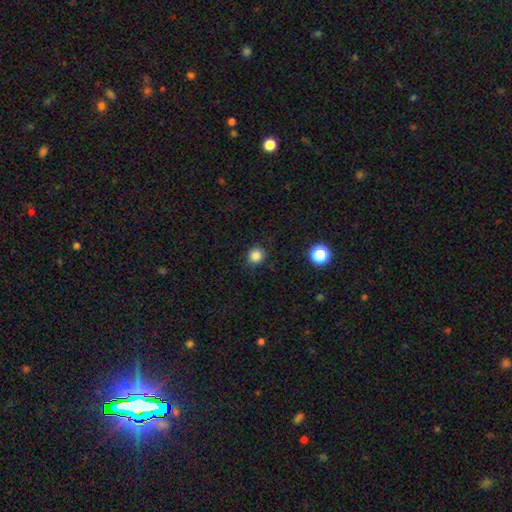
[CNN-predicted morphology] smooth-or-featured: smooth: 84% | star or artifact: 12% | featured or disk: 3%
  how-rounded: round: 91% | in between: 8% | cigar-shaped: 1%
  merging: none: 88% | minor disturbance: 9% | major disturbance: 3% | merger: 1%